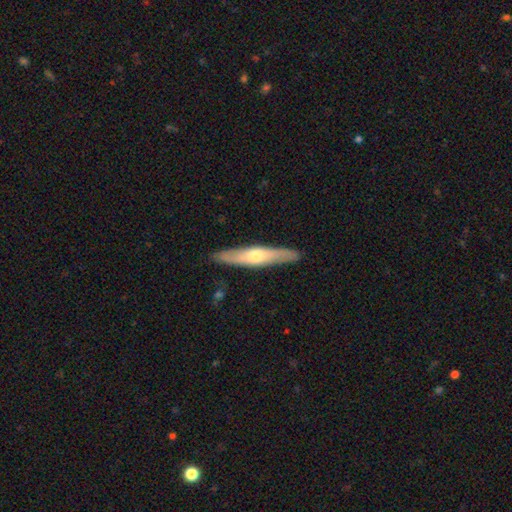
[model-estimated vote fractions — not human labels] Smooth or featured?
  - featured or disk: 54% *
  - smooth: 40%
  - star or artifact: 5%
Edge-on disk?
  - yes: 85% *
  - no: 15%
Merging?
  - none: 89% *
  - minor disturbance: 8%
  - major disturbance: 2%
  - merger: 1%